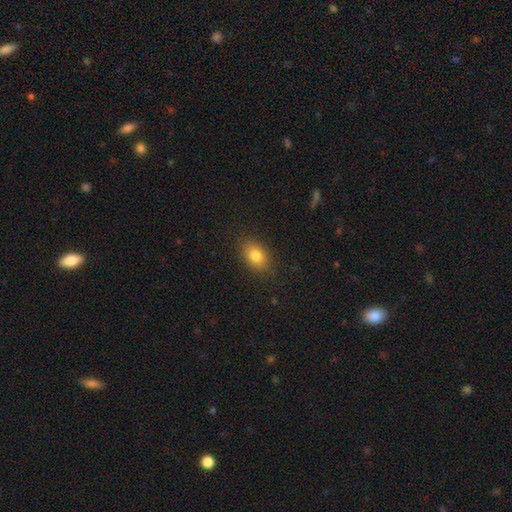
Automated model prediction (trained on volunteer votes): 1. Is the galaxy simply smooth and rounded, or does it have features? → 82% smooth, 10% star or artifact, 9% featured or disk.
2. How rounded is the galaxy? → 78% in between, 20% round, 2% cigar-shaped.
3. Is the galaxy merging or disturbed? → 86% none, 10% minor disturbance, 3% major disturbance, 1% merger.